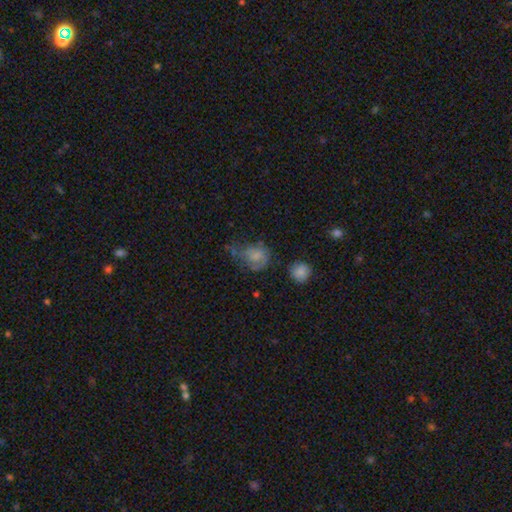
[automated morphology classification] The model was most divided on "merging": major disturbance: 36%, minor disturbance: 29%, none: 28%, merger: 7%. More confident: smooth or featured — smooth (64%); how rounded — round (57%).